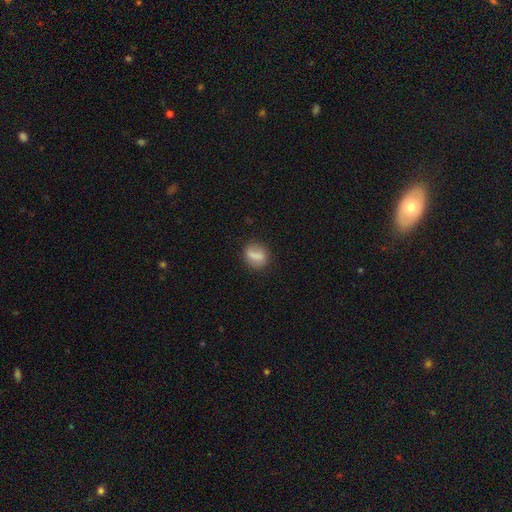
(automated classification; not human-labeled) This appears to be a smooth galaxy with no disk features (75%) that is in between round and cigar-shaped (48%). Merging: none (75%).